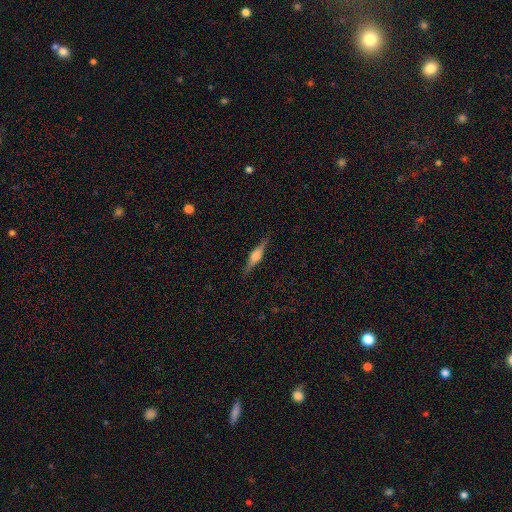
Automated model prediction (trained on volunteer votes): smooth-or-featured: featured or disk: 65% | smooth: 29% | star or artifact: 7%
  disk-edge-on: yes: 97% | no: 3%
    edge-on-bulge: rounded: 80% | boxy: 16% | none: 4%
  merging: none: 88% | minor disturbance: 9% | major disturbance: 2% | merger: 1%